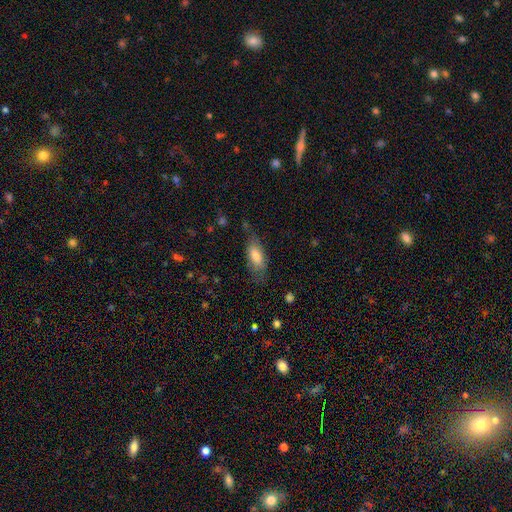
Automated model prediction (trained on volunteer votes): This is likely a smooth galaxy (74%). How rounded: likely in between (78%). Merging: likely none (63%).